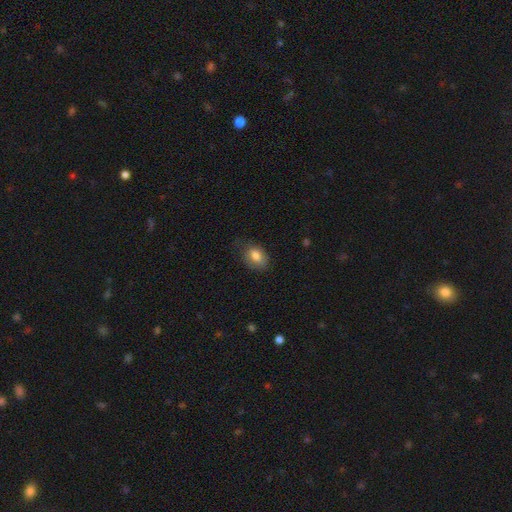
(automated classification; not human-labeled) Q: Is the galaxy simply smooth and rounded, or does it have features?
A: smooth — 81%.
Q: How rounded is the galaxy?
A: in between — 74%.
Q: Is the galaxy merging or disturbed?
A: none — 66%.